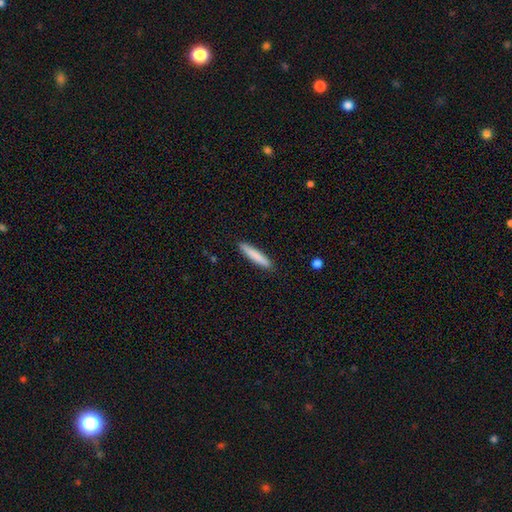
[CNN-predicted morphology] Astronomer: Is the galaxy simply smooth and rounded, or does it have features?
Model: smooth — 82%.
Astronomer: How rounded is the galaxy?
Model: cigar-shaped — 91%.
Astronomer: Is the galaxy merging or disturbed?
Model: none — 90%.